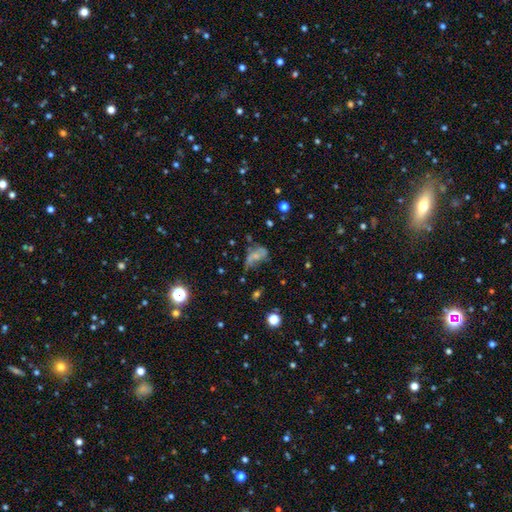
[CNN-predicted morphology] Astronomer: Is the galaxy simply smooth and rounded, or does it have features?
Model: featured or disk — 45% (runner-up: smooth, 38%).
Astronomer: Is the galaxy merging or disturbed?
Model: major disturbance — 35% (runner-up: none, 27%).